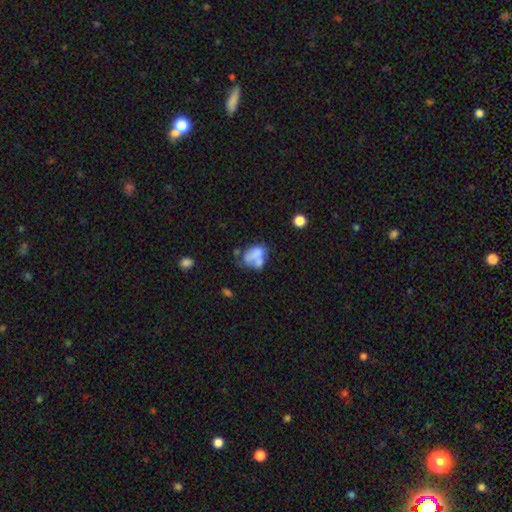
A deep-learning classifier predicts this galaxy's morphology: type=smooth (58%); roundness=in between (76%); merging=merger (40%).